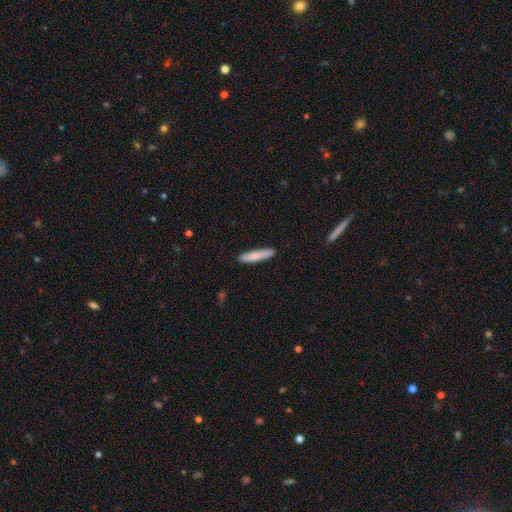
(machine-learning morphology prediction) Q: Smooth or featured?
A: smooth (81%); runner-up: featured or disk (13%)
Q: How rounded?
A: cigar-shaped (89%); runner-up: in between (10%)
Q: Merging?
A: none (89%); runner-up: minor disturbance (8%)